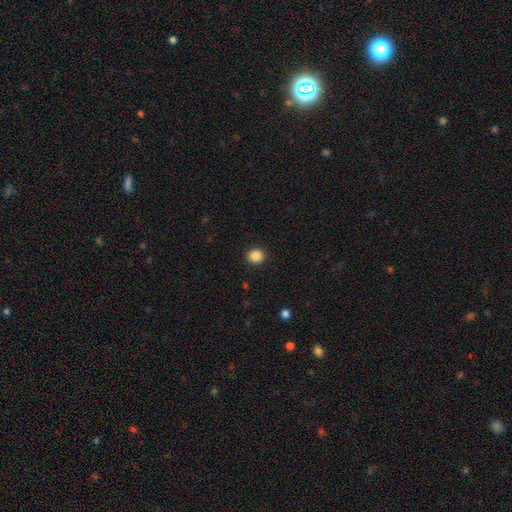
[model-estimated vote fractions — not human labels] Q: Smooth or featured?
A: smooth (87%); runner-up: star or artifact (10%)
Q: How rounded?
A: round (79%); runner-up: in between (20%)
Q: Merging?
A: none (91%); runner-up: minor disturbance (6%)